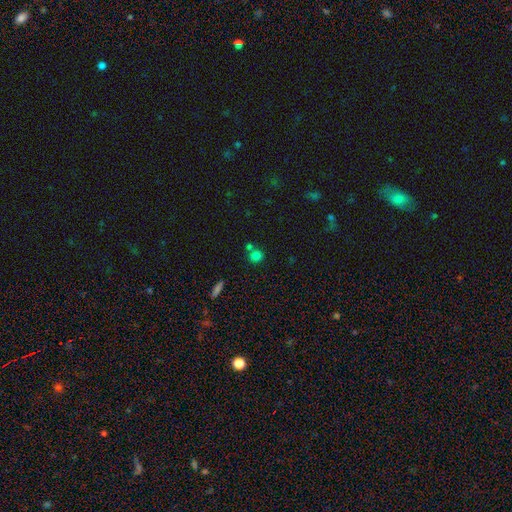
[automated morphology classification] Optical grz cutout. It shows a smooth galaxy with no disk features (77%) that is round (86%). Merging: none (62%).